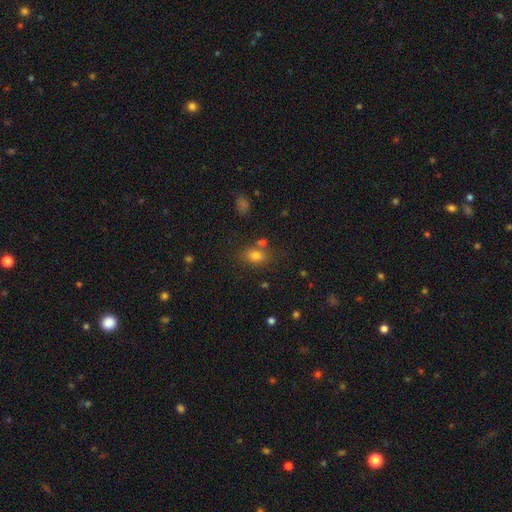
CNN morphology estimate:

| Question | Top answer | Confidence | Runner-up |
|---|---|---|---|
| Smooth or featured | smooth | 77% | star or artifact (14%) |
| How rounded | in between | 61% | round (37%) |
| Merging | none | 66% | merger (15%) |